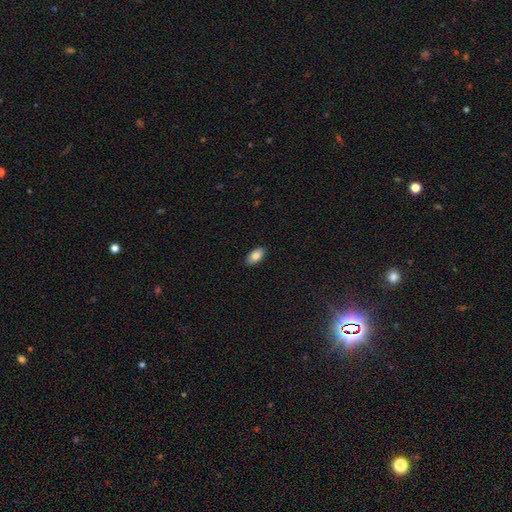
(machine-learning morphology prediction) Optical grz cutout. It shows a smooth galaxy with no disk features (86%) that is in between round and cigar-shaped (92%). Merging: none (89%).